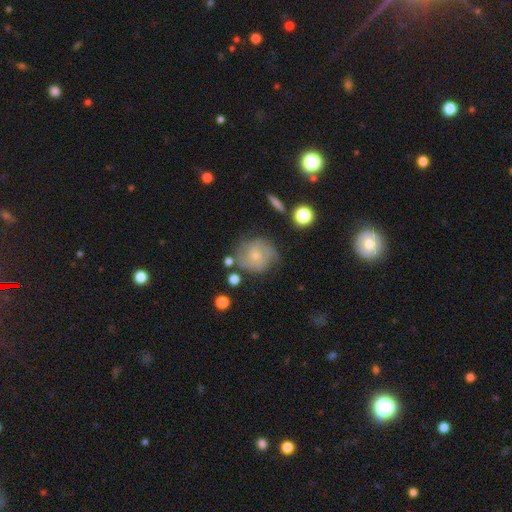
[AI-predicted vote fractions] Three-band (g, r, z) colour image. It shows a featured or disk galaxy (56%) with no bar (70%), spiral arms (79%) and a small central bulge (56%). Merging: none (62%).